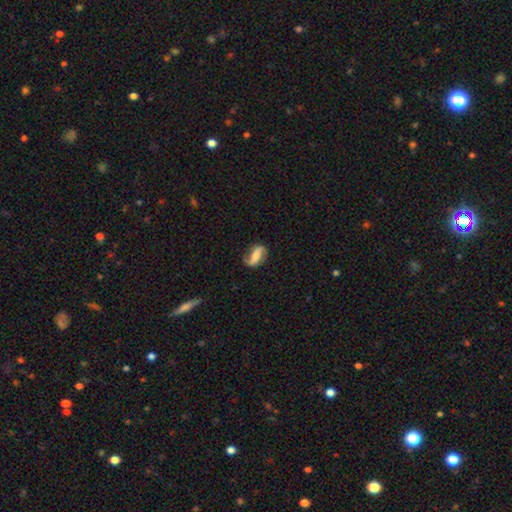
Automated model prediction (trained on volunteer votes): featured or disk 70%, smooth 23%, star or artifact 7%. Down the decision tree: edge-on disk — no (94%); bar — strong (49%); spiral arms — yes (91%); spiral arm count — 2 (89%); spiral winding — loose (61%); bulge size — small (36%); merging — none (76%).